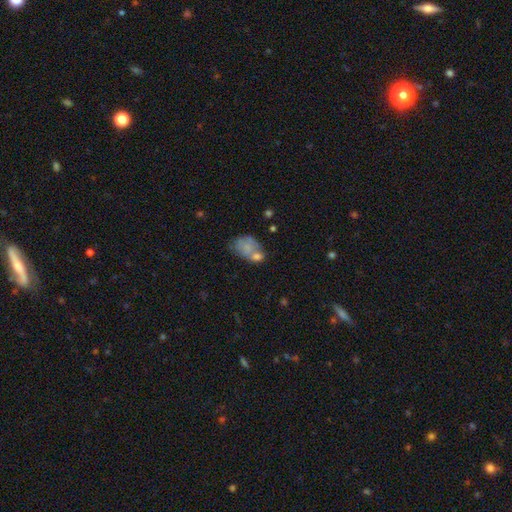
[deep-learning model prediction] The model was most divided on "merging": merger: 36%, none: 30%, minor disturbance: 19%, major disturbance: 15%. More confident: how rounded — in between (79%); smooth or featured — smooth (59%).